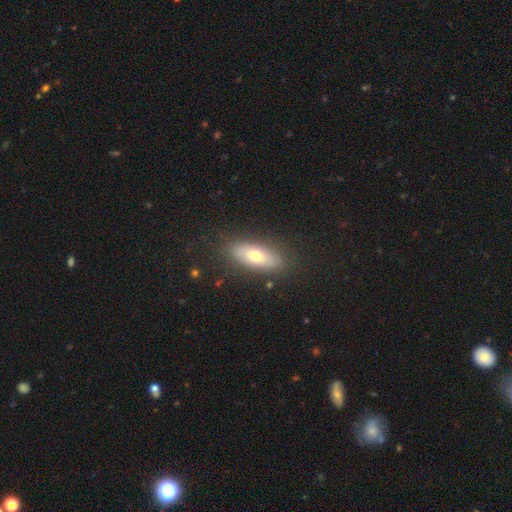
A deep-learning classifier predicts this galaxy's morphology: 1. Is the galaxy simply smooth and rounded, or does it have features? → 61% smooth, 31% featured or disk, 7% star or artifact.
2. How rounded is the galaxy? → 78% in between, 18% cigar-shaped, 4% round.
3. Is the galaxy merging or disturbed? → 83% none, 12% minor disturbance, 4% major disturbance, 1% merger.